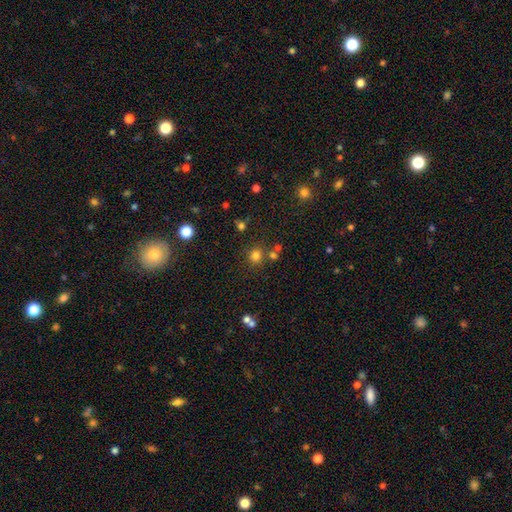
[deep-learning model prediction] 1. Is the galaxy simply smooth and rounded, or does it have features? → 77% smooth, 17% star or artifact, 6% featured or disk.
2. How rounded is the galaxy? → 90% round, 9% in between, 1% cigar-shaped.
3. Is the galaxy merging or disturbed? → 79% none, 9% merger, 8% minor disturbance, 3% major disturbance.